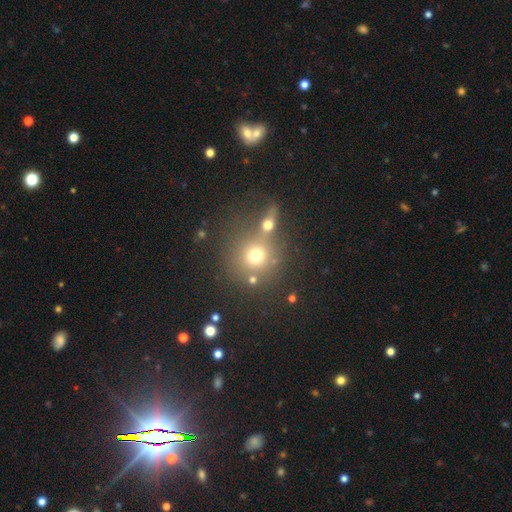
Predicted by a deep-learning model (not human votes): Smooth or featured: smooth — 68% (star or artifact — 18%)
How rounded: round — 87% (in between — 11%)
Merging: none — 52% (merger — 34%)